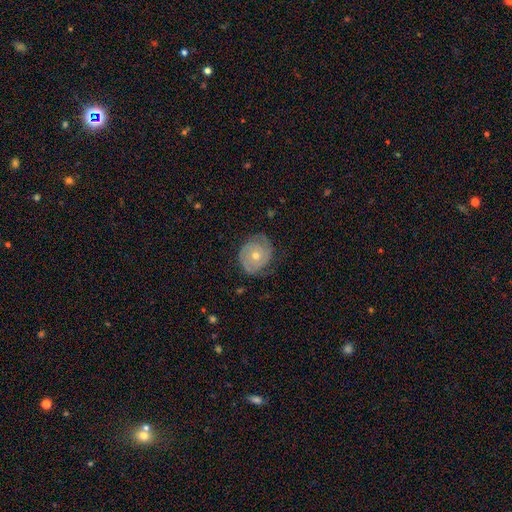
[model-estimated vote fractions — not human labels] Smooth or featured? Predicted: featured or disk (p=0.76). Edge-on disk? Predicted: no (p=0.97). Bar? Predicted: no (p=0.82). Spiral arms? Predicted: yes (p=0.90). Spiral winding? Predicted: tight (p=0.70). Spiral arm count? Predicted: 2 (p=0.55). Bulge size? Predicted: moderate (p=0.52). Merging? Predicted: none (p=0.75).